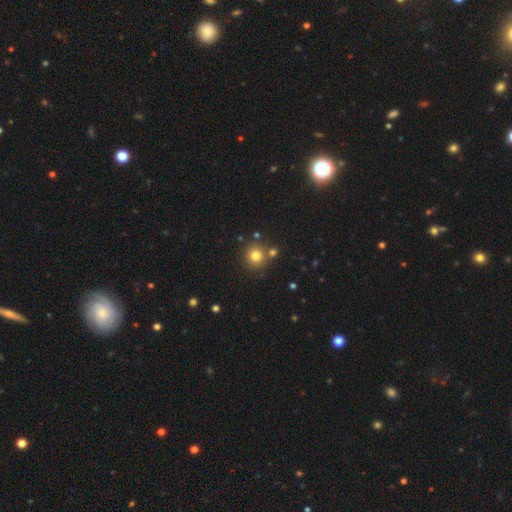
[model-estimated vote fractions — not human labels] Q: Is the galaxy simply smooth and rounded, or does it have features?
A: smooth — 78%.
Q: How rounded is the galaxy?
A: round — 91%.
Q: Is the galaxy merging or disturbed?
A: none — 77%.